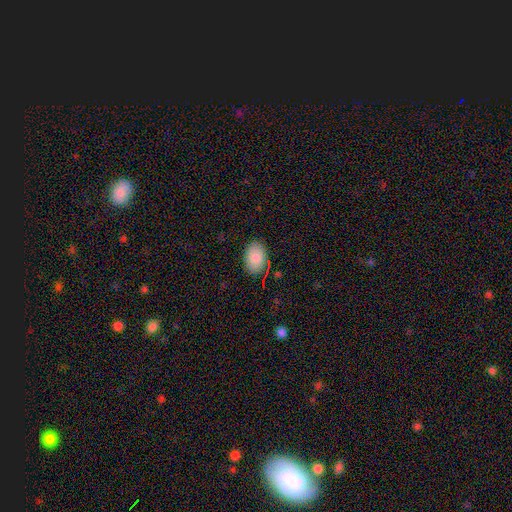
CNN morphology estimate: Smooth or featured? Predicted: smooth (p=0.87). How rounded? Predicted: in between (p=0.86). Merging? Predicted: none (p=0.85).